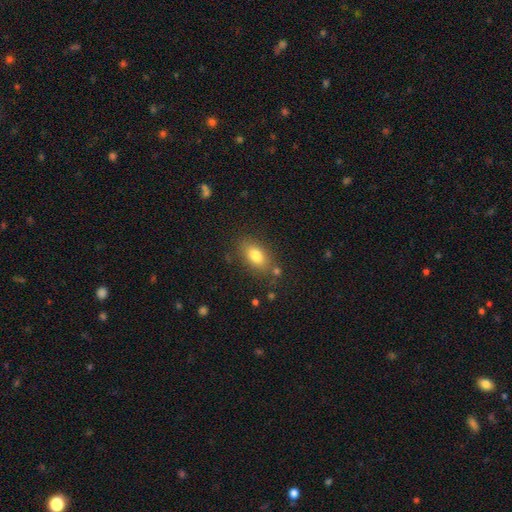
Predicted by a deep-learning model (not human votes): Morphology: type=smooth (80%); roundness=in between (87%); merging=none (79%).